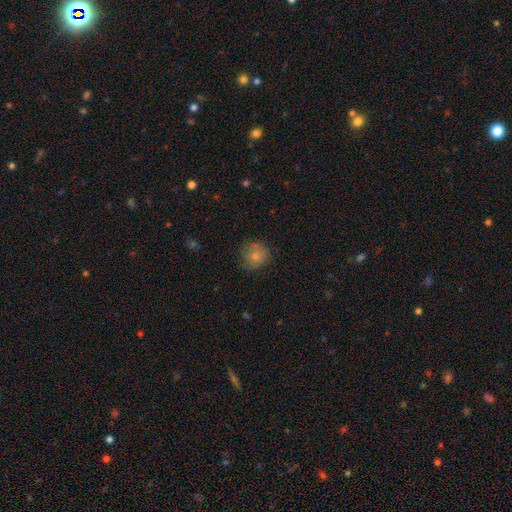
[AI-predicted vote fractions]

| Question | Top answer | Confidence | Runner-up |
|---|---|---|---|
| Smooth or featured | smooth | 75% | featured or disk (15%) |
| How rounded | round | 86% | in between (13%) |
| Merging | none | 66% | minor disturbance (21%) |